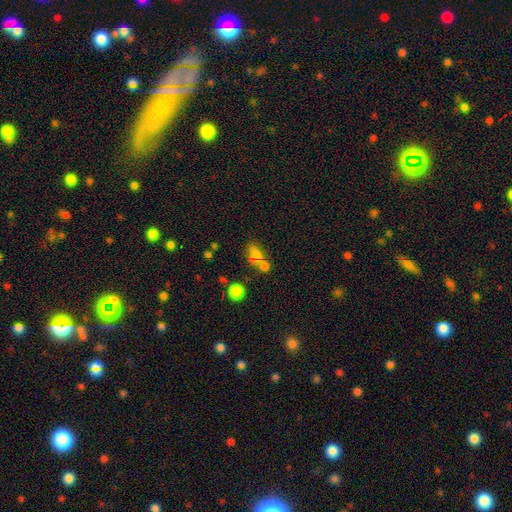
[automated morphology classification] smooth-or-featured: smooth: 68% | star or artifact: 16% | featured or disk: 15%
  how-rounded: in between: 66% | round: 30% | cigar-shaped: 4%
  merging: merger: 41% | none: 37% | minor disturbance: 13% | major disturbance: 9%